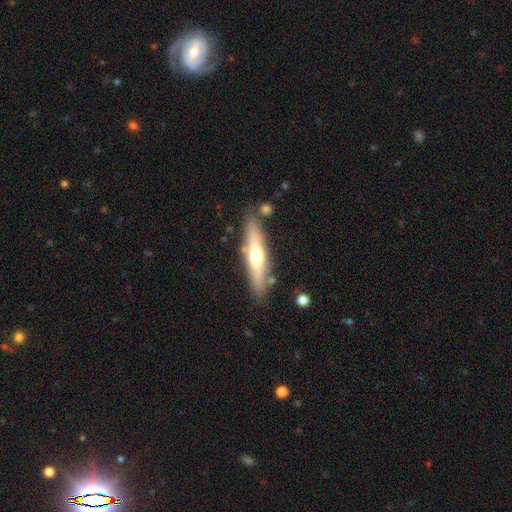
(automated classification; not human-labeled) Morphology: type=featured or disk (50%); edge-on=yes (89%); merging=none (81%).